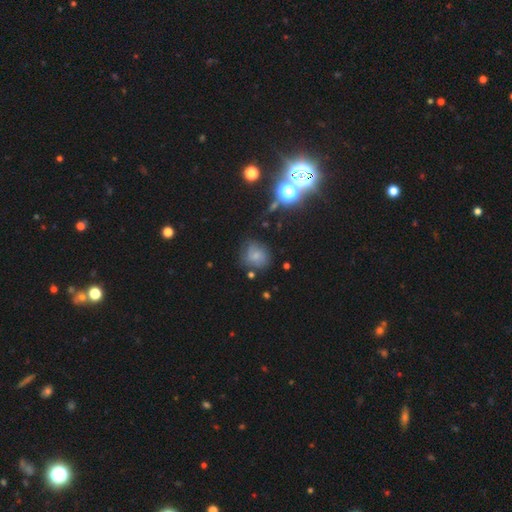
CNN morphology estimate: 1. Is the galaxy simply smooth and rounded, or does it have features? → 56% smooth, 26% featured or disk, 17% star or artifact.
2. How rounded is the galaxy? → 70% round, 29% in between, 1% cigar-shaped.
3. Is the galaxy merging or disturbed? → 63% none, 24% minor disturbance, 9% major disturbance, 4% merger.